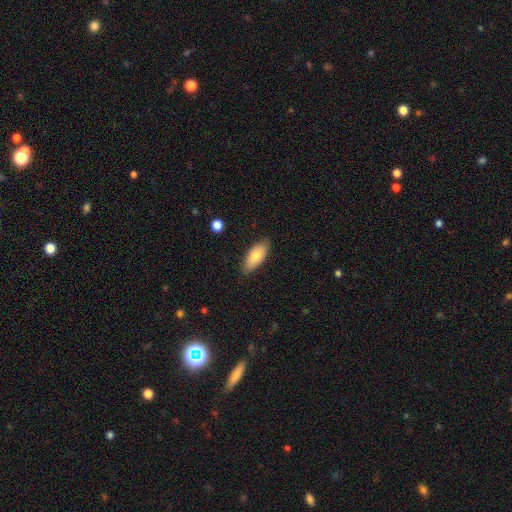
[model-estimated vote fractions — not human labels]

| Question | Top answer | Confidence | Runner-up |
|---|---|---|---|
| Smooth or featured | smooth | 77% | featured or disk (17%) |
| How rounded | in between | 84% | cigar-shaped (14%) |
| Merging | none | 81% | minor disturbance (15%) |